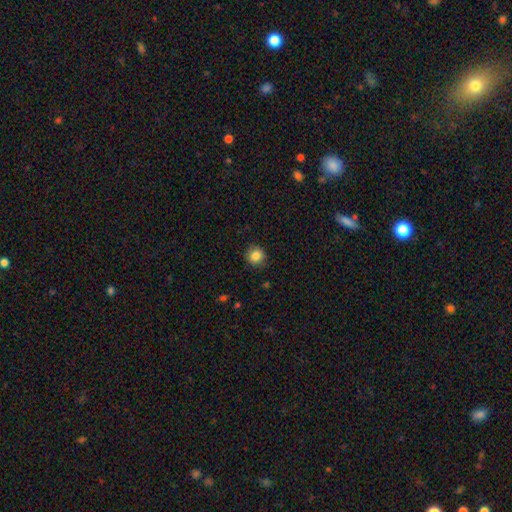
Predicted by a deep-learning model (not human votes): The model was most divided on "smooth or featured": smooth: 85%, star or artifact: 10%, featured or disk: 5%. More confident: how rounded — round (90%); merging — none (88%).